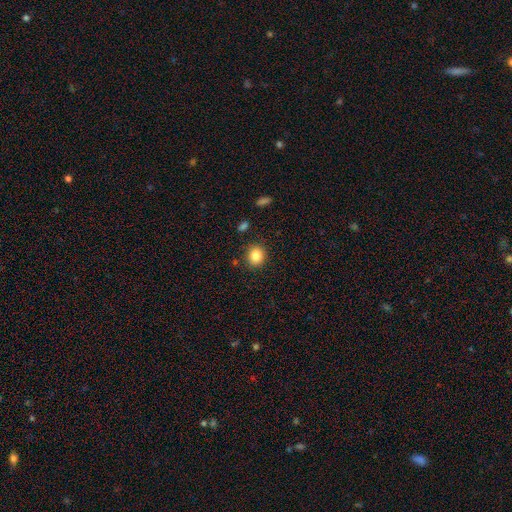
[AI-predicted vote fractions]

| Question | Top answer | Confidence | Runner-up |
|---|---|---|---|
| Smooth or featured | smooth | 84% | star or artifact (10%) |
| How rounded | round | 78% | in between (22%) |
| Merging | none | 88% | minor disturbance (8%) |